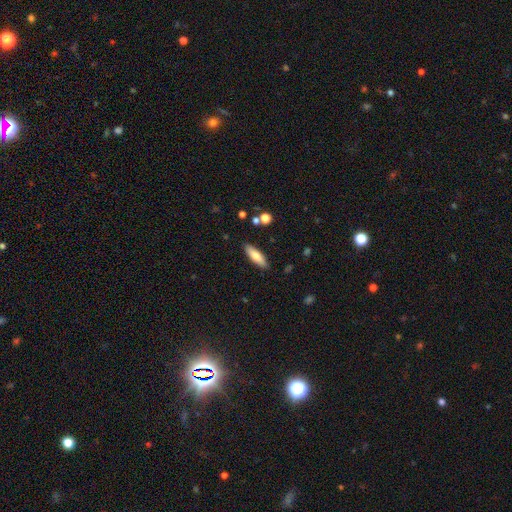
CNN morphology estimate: A smooth galaxy with no disk features (74%) that is in between round and cigar-shaped (49%, tied with cigar-shaped).

Vote fractions:
- Smooth or featured? smooth: 74% / featured or disk: 19% / star or artifact: 7%
- How rounded? in between: 49% (tied) / cigar-shaped: 49% (tied) / round: 2%
- Merging? none: 87% / minor disturbance: 9% / major disturbance: 2% / merger: 2%